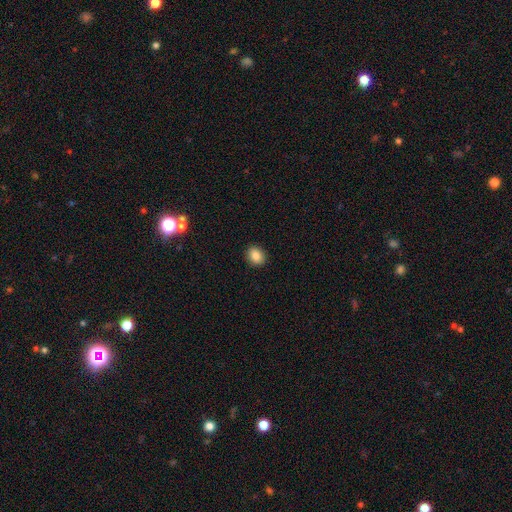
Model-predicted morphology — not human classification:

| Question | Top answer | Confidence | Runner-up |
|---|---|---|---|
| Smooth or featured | smooth | 85% | star or artifact (9%) |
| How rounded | round | 58% | in between (41%) |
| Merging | none | 91% | minor disturbance (6%) |